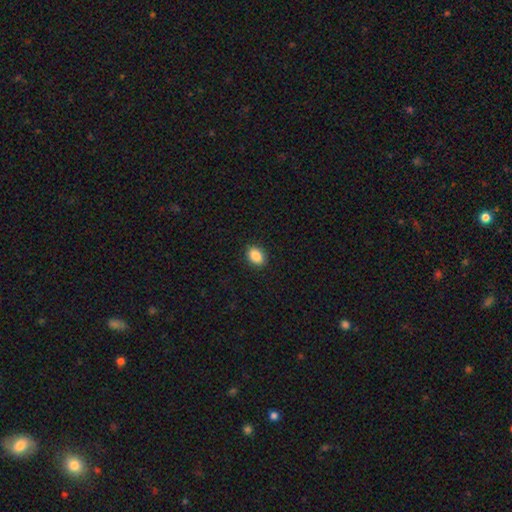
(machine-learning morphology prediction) Overall: smooth (87%). How rounded: in between (76%). Merging: none (90%).